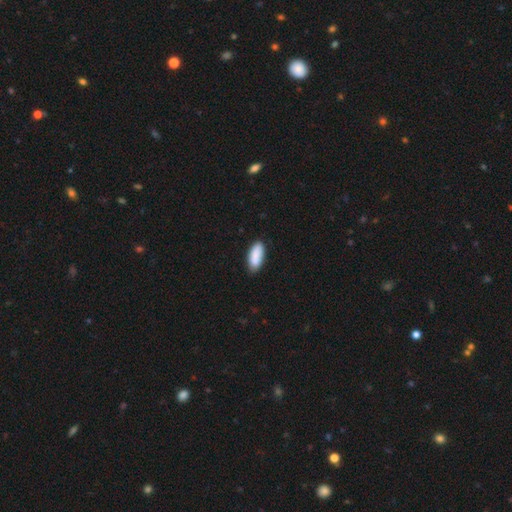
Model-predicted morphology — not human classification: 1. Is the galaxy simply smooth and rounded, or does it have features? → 87% smooth, 7% featured or disk, 6% star or artifact.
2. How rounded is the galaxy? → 86% in between, 12% cigar-shaped, 2% round.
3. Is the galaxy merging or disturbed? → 79% none, 16% minor disturbance, 2% major disturbance, 2% merger.